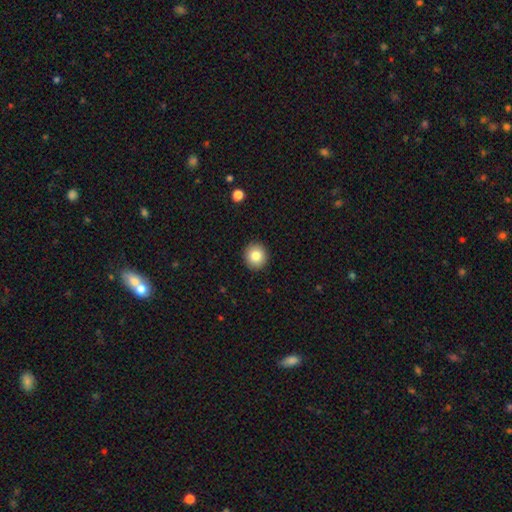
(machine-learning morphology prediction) Smooth or featured: smooth — 83% (star or artifact — 9%)
How rounded: round — 89% (in between — 10%)
Merging: none — 92% (minor disturbance — 5%)